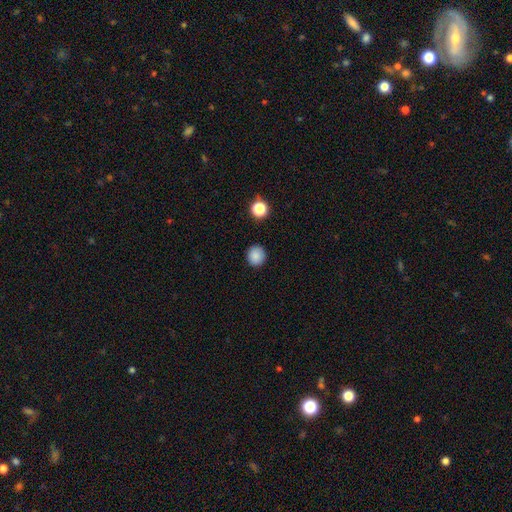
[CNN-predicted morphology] Smooth or featured: smooth — 86% (star or artifact — 10%)
How rounded: round — 89% (in between — 10%)
Merging: none — 90% (minor disturbance — 7%)